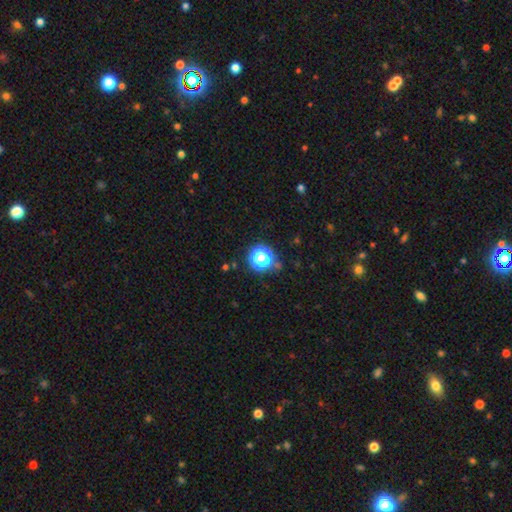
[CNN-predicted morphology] smooth-or-featured: smooth: 57% | star or artifact: 35% | featured or disk: 9%
  how-rounded: round: 89% | in between: 10% | cigar-shaped: 1%
  merging: none: 76% | minor disturbance: 12% | major disturbance: 6% | merger: 5%